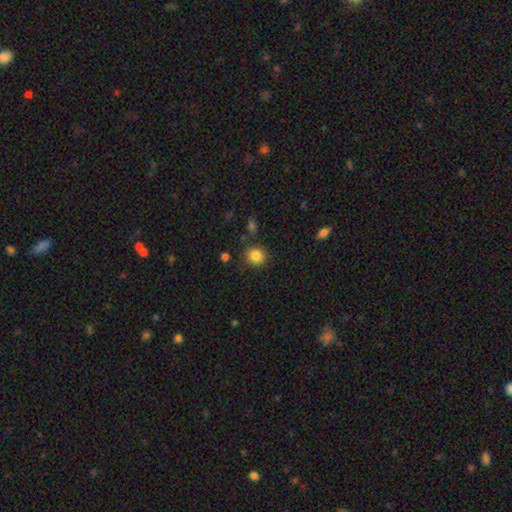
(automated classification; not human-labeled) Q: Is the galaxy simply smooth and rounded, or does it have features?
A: smooth — 85%.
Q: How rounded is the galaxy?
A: round — 86%.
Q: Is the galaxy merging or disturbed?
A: none — 85%.